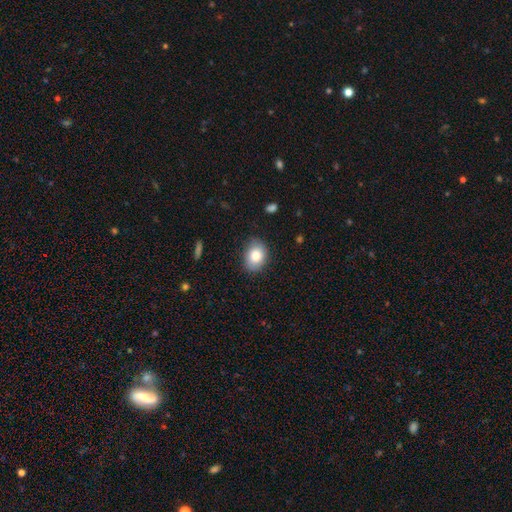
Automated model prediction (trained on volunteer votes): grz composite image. It shows a smooth galaxy with no disk features (81%) that is in between round and cigar-shaped (65%). Merging: none (81%).